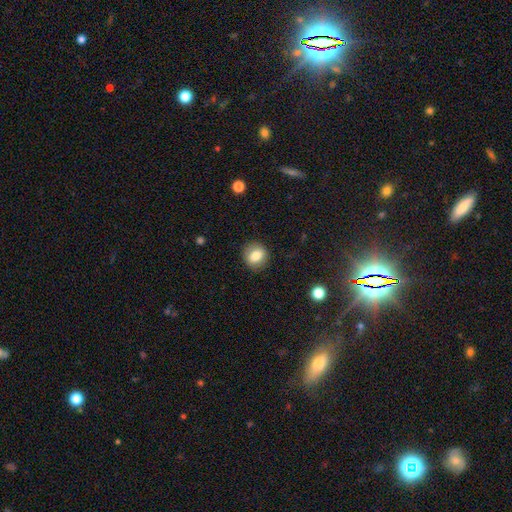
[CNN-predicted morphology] Smooth or featured?
  - smooth: 79% *
  - featured or disk: 12%
  - star or artifact: 9%
How rounded?
  - round: 76% *
  - in between: 23%
  - cigar-shaped: 1%
Merging?
  - none: 87% *
  - minor disturbance: 9%
  - major disturbance: 3%
  - merger: 1%